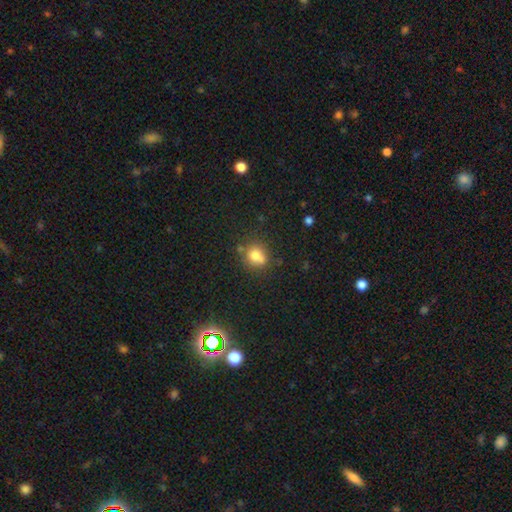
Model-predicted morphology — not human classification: Overall: smooth (75%). How rounded: round (77%). Merging: none (55%; merger 22%).